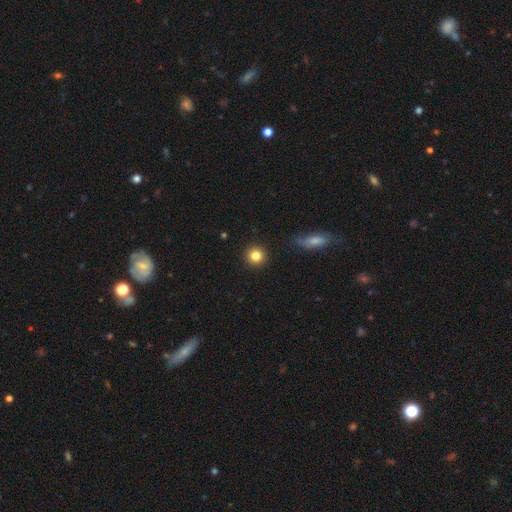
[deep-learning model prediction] smooth-or-featured: smooth: 83% | star or artifact: 11% | featured or disk: 6%
  how-rounded: round: 94% | in between: 5% | cigar-shaped: 1%
  merging: none: 91% | minor disturbance: 5% | major disturbance: 2% | merger: 1%